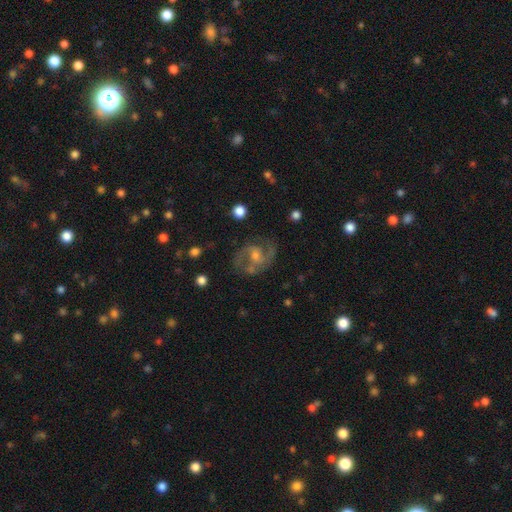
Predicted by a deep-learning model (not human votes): This is clearly a featured or disk galaxy (81%). It is clearly not viewed edge-on (97%). Bar: possibly no (46%). Spiral arm pattern: clearly yes (93%). Spiral arm count: clearly 2 (87%). Spiral winding: possibly medium (58%). Central bulge: possibly moderate (48%). Merging: likely none (72%).